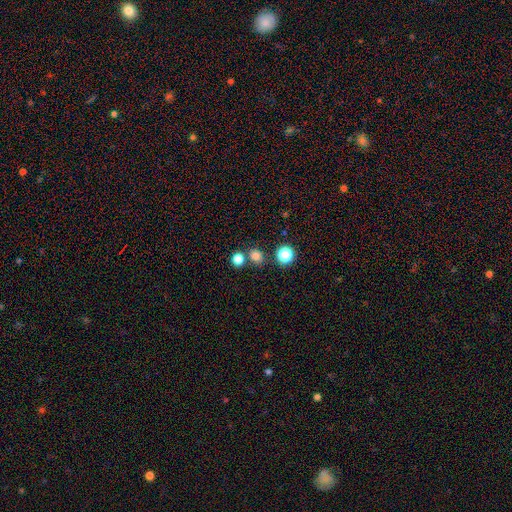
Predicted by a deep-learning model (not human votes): smooth_or_featured: smooth (p=0.77) [alt: star or artifact p=0.18]
how_rounded: round (p=0.81) [alt: in between p=0.18]
merging: none (p=0.75) [alt: merger p=0.14]